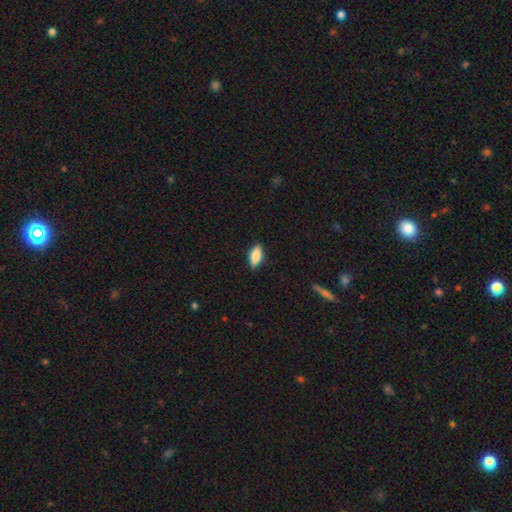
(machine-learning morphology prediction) type=smooth (85%); roundness=in between (81%); merging=none (87%).